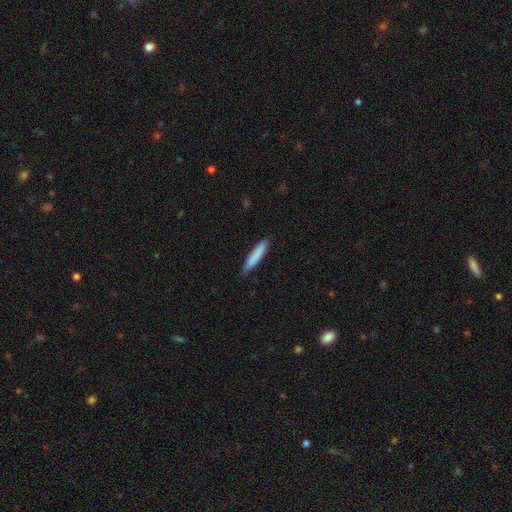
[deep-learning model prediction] Q: Smooth or featured?
A: smooth (84%); runner-up: featured or disk (11%)
Q: How rounded?
A: cigar-shaped (90%); runner-up: in between (9%)
Q: Merging?
A: none (84%); runner-up: minor disturbance (13%)